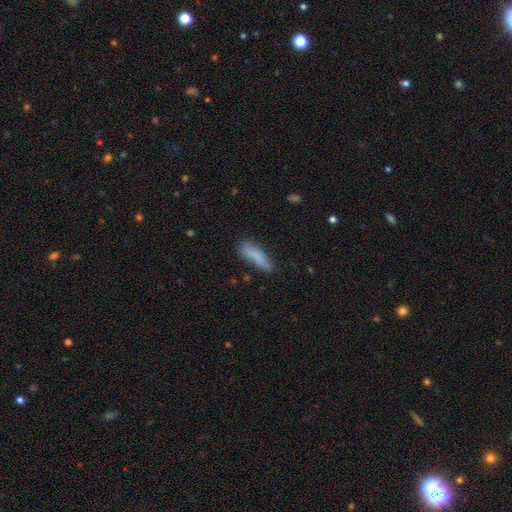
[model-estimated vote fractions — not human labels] smooth_or_featured: smooth (p=0.82) [alt: featured or disk p=0.10]
how_rounded: cigar-shaped (p=0.66) [alt: in between p=0.33]
merging: none (p=0.66) [alt: minor disturbance p=0.23]